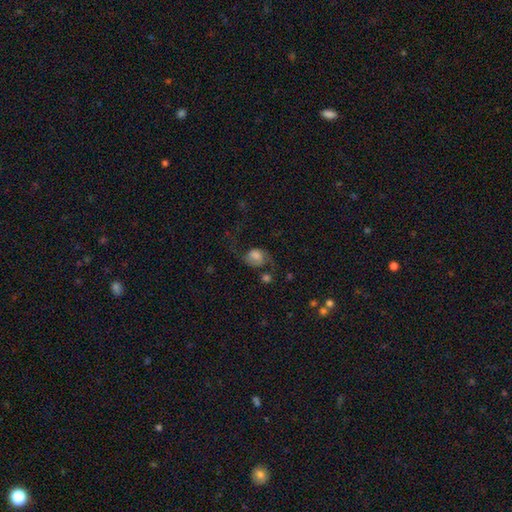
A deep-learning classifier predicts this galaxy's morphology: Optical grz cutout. It shows a featured or disk galaxy (48%). Merging: none (46%).